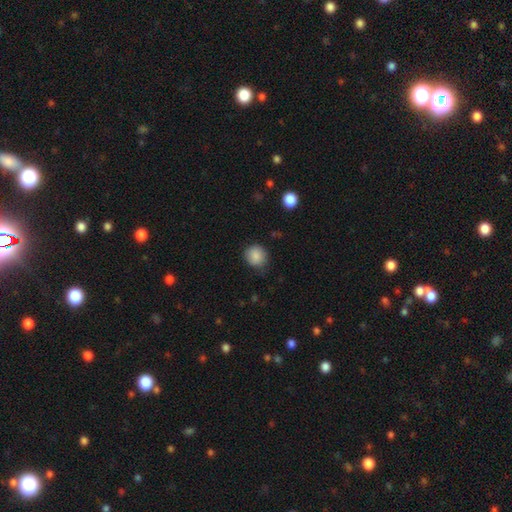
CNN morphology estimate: The model was most divided on "merging": none: 80%, minor disturbance: 16%, major disturbance: 3%, merger: 1%. More confident: smooth or featured — smooth (87%); how rounded — round (87%).